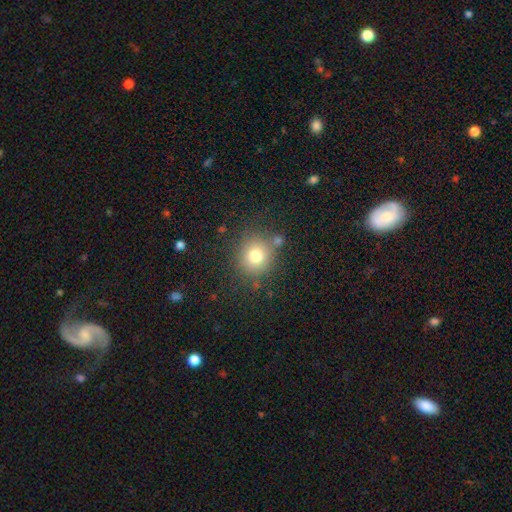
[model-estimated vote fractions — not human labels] This is likely a smooth galaxy (76%). How rounded: clearly round (88%). Merging: likely none (77%).